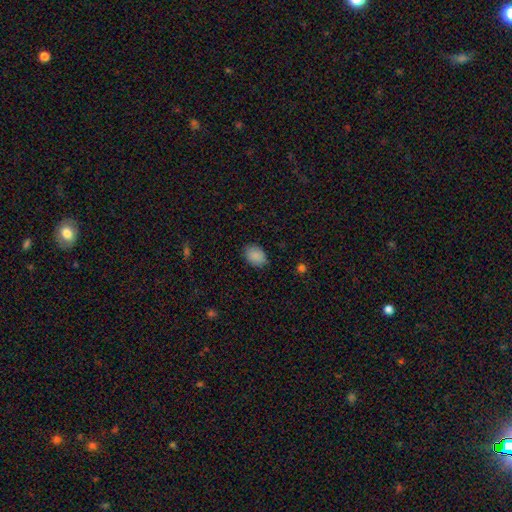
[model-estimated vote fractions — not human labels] Morphology: type=smooth (88%); roundness=in between (75%); merging=none (84%).